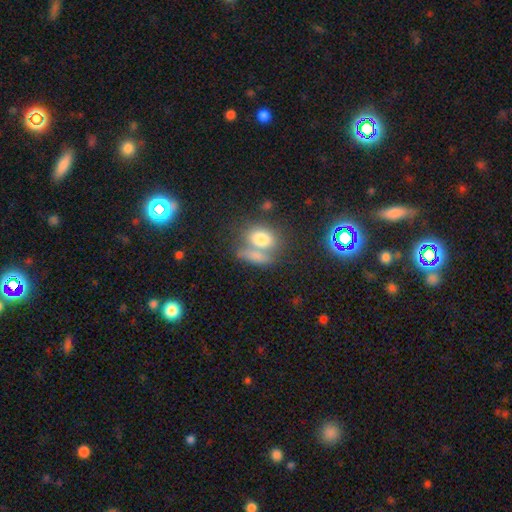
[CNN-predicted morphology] Smooth or featured? Predicted: smooth (p=0.76). How rounded? Predicted: in between (p=0.63). Merging? Predicted: merger (p=0.47).